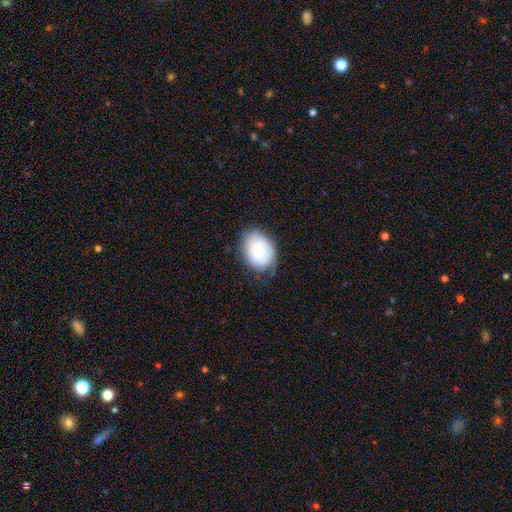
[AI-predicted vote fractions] The model was most divided on "smooth or featured": smooth: 54%, featured or disk: 38%, star or artifact: 7%. More confident: how rounded — in between (70%); merging — none (59%).